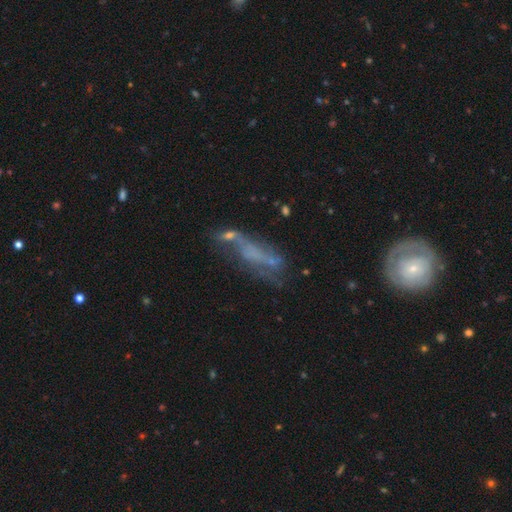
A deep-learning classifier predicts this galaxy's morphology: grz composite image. It shows a featured or disk galaxy (51%). Merging: major disturbance (30%).